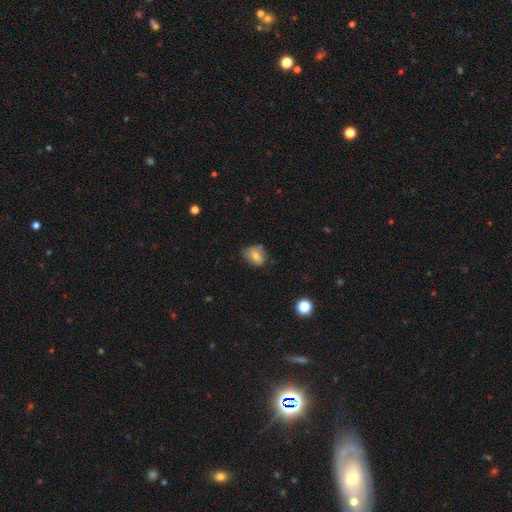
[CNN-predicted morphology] This appears to be a smooth galaxy with no disk features (73%) that is in between round and cigar-shaped (58%). Merging: none (65%).